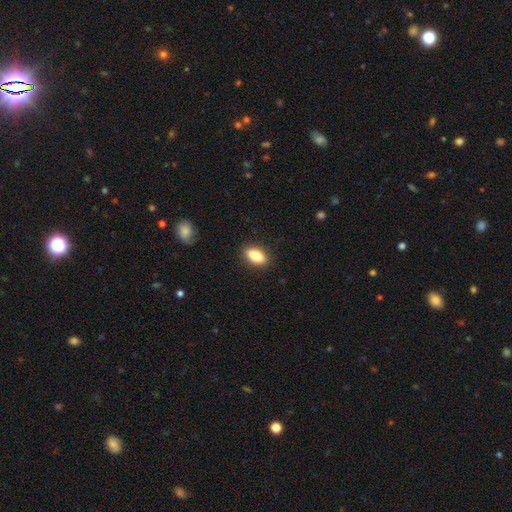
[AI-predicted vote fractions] Morphology: type=smooth (85%); roundness=in between (90%); merging=none (89%).